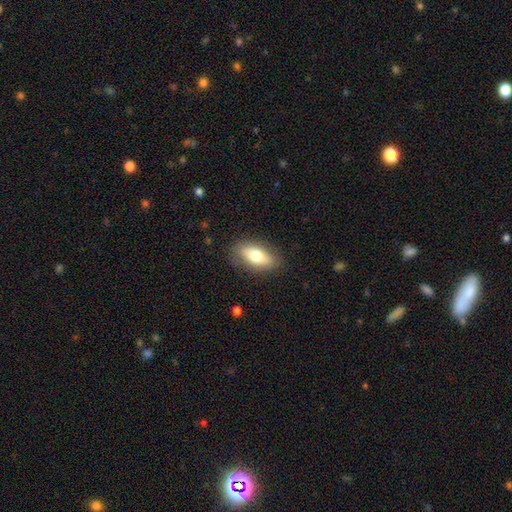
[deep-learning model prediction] Smooth or featured? Predicted: smooth (p=0.73). How rounded? Predicted: in between (p=0.85). Merging? Predicted: none (p=0.84).